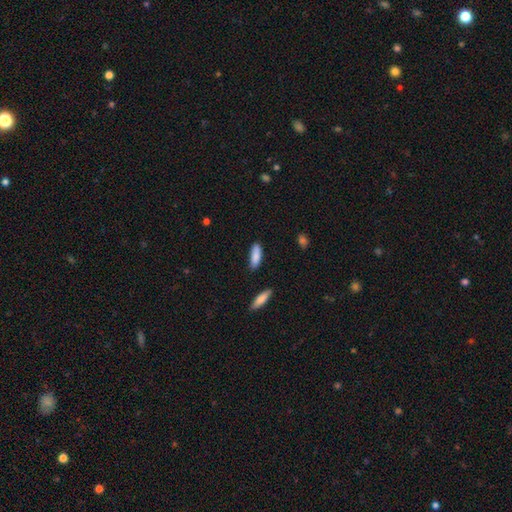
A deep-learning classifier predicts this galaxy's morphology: Smooth or featured?
  - smooth: 87% *
  - featured or disk: 7%
  - star or artifact: 6%
How rounded?
  - in between: 51% *
  - cigar-shaped: 48%
  - round: 2%
Merging?
  - none: 82% *
  - minor disturbance: 13%
  - major disturbance: 2%
  - merger: 2%